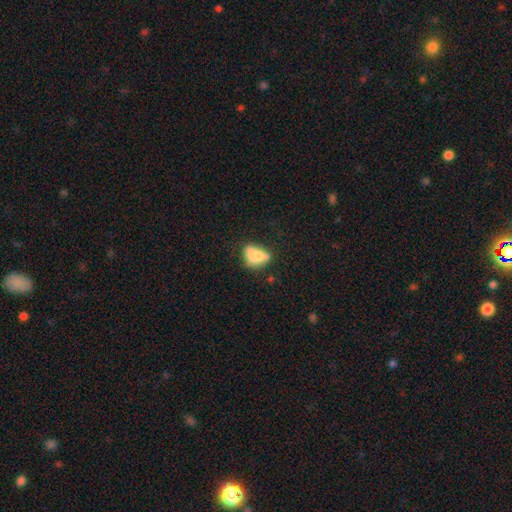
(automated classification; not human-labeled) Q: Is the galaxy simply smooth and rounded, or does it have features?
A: smooth — 71%.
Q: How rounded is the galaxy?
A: in between — 74%.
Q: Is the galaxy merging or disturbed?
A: none — 36%.